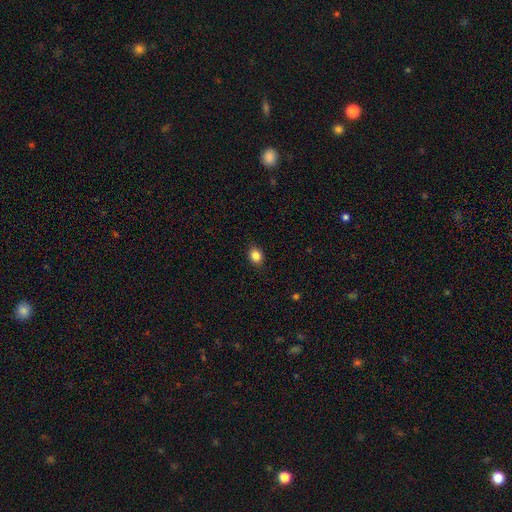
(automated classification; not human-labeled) Smooth or featured? smooth (85%)
How rounded? in between (56%)
Merging? none (88%)